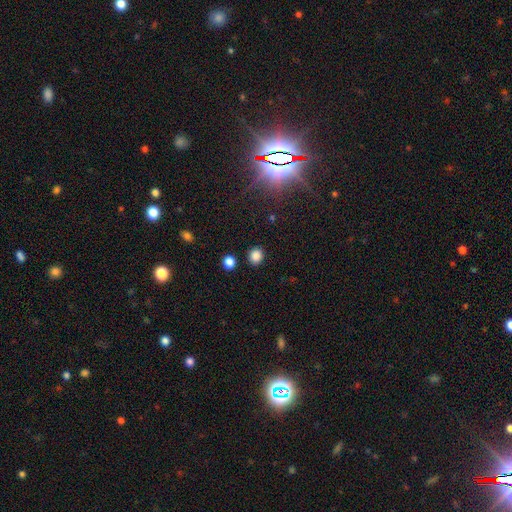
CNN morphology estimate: This appears to be a smooth galaxy with no disk features (84%) that is round (78%). Merging: none (87%).